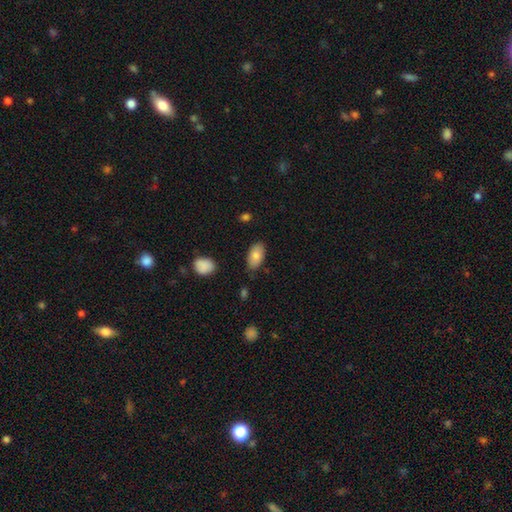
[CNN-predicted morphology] Q: Smooth or featured?
A: smooth (82%); runner-up: featured or disk (11%)
Q: How rounded?
A: in between (94%); runner-up: round (4%)
Q: Merging?
A: none (81%); runner-up: minor disturbance (15%)